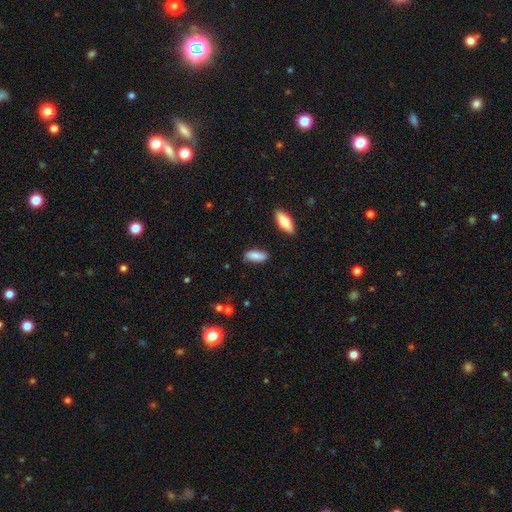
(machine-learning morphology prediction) Smooth or featured?
  - smooth: 84% *
  - featured or disk: 9%
  - star or artifact: 7%
How rounded?
  - in between: 80% *
  - cigar-shaped: 18%
  - round: 2%
Merging?
  - none: 82% *
  - minor disturbance: 13%
  - major disturbance: 3%
  - merger: 2%